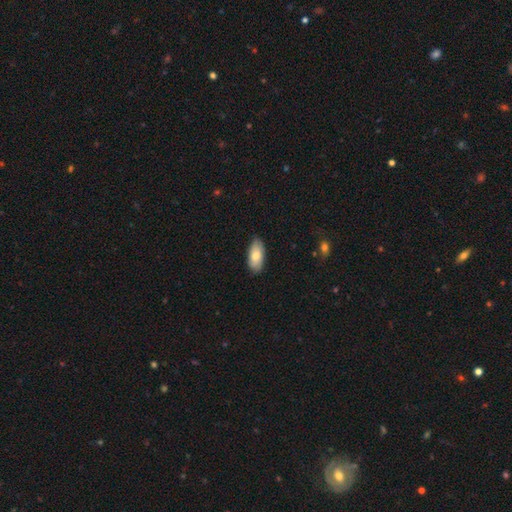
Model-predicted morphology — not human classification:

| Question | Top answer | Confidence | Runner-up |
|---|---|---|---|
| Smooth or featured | smooth | 75% | featured or disk (19%) |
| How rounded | in between | 90% | cigar-shaped (8%) |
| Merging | none | 85% | minor disturbance (12%) |